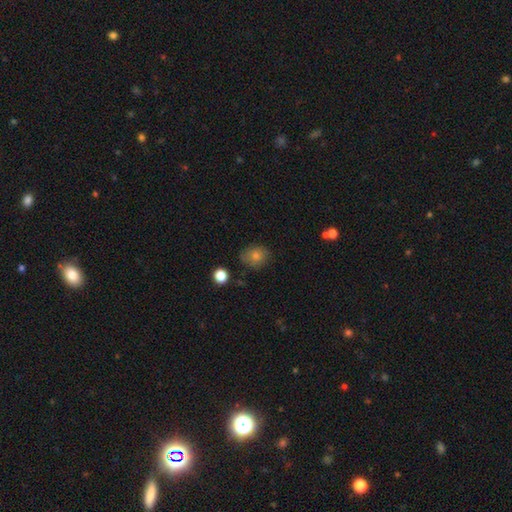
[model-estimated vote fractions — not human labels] This is likely a smooth galaxy (74%). How rounded: likely round (62%). Merging: likely none (78%).